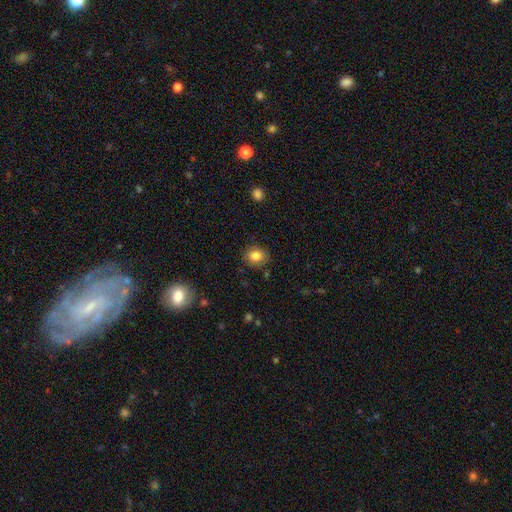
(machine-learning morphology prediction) smooth_or_featured: smooth (p=0.83) [alt: star or artifact p=0.10]
how_rounded: round (p=0.66) [alt: in between p=0.33]
merging: none (p=0.85) [alt: minor disturbance p=0.11]